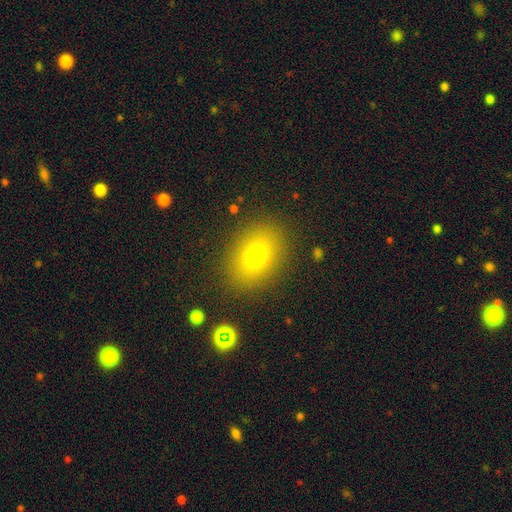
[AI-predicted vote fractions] Overall: smooth (72%). How rounded: in between (64%; round 34%). Merging: none (86%).